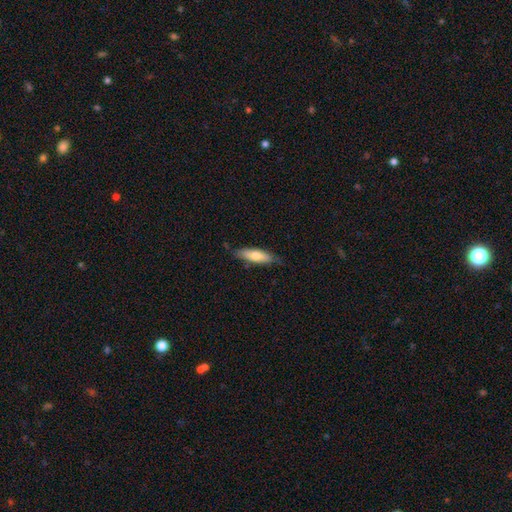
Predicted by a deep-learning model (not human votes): This appears to be a smooth galaxy with no disk features (68%) that is cigar-shaped (54%). Merging: none (76%).